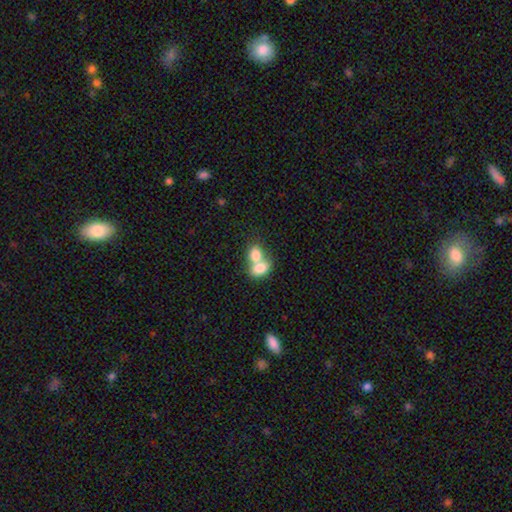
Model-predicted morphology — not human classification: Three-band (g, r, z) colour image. It shows a smooth galaxy with no disk features (77%) that is in between round and cigar-shaped (72%). Merging: merger (73%).